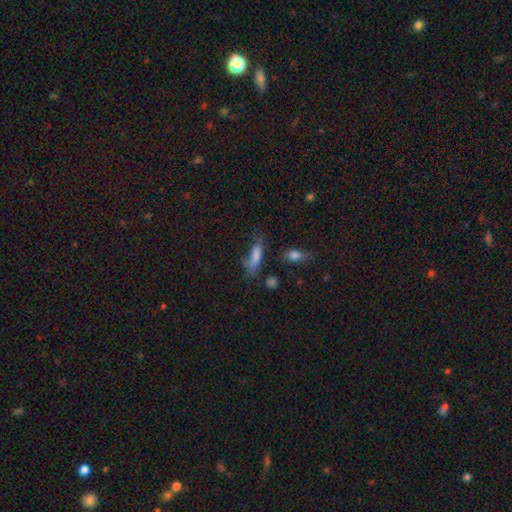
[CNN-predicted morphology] type=smooth (68%); roundness=cigar-shaped (50%); merging=none (41%).